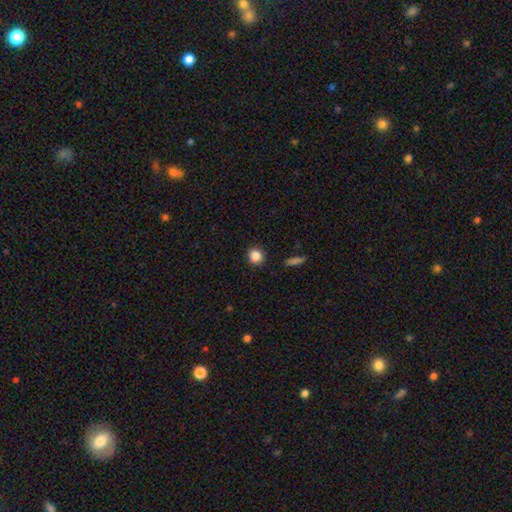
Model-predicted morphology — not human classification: This is clearly a smooth galaxy (85%). How rounded: clearly round (85%). Merging: clearly none (90%).